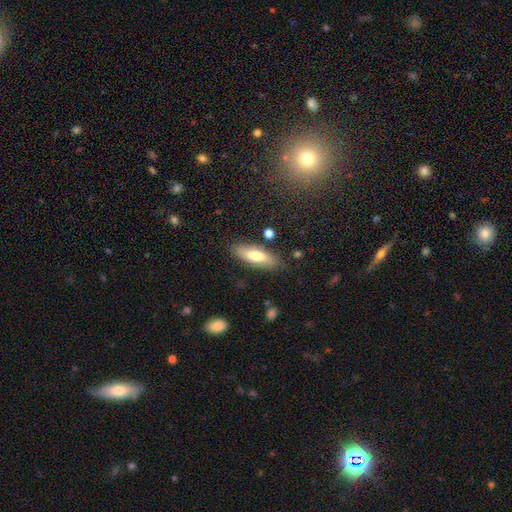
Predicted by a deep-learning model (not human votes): Smooth or featured? Predicted: smooth (p=0.68). How rounded? Predicted: in between (p=0.56). Merging? Predicted: none (p=0.83).